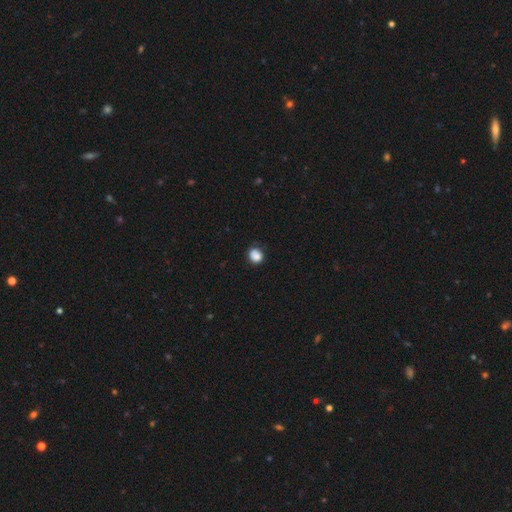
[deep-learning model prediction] smooth-or-featured: smooth: 85% | star or artifact: 10% | featured or disk: 5%
  how-rounded: round: 71% | in between: 28% | cigar-shaped: 1%
  merging: none: 72% | minor disturbance: 20% | major disturbance: 5% | merger: 3%